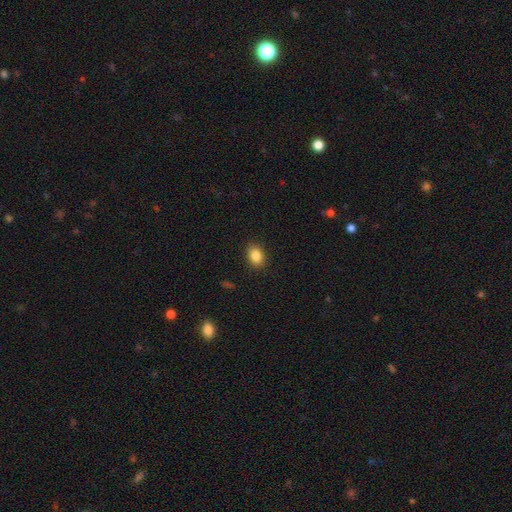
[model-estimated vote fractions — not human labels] Overall: smooth (86%). How rounded: in between (67%; round 32%). Merging: none (89%).